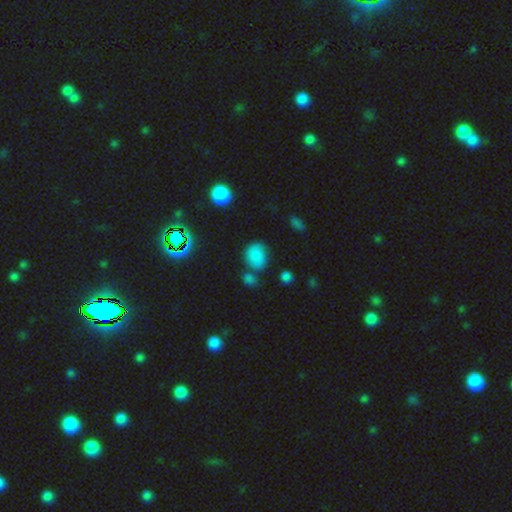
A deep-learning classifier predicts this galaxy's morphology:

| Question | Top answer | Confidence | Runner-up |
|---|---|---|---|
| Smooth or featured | smooth | 76% | star or artifact (16%) |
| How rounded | round | 50% | in between (48%) |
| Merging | none | 60% | minor disturbance (19%) |